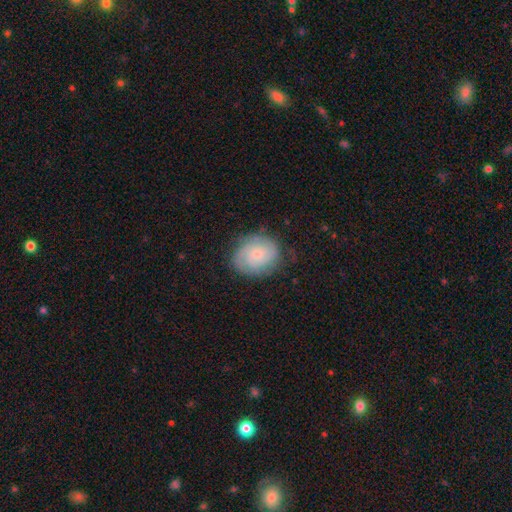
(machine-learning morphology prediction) This is likely a featured or disk galaxy (63%). It is clearly not viewed edge-on (98%). Bar: likely no (76%). Spiral arm pattern: clearly yes (92%). Spiral arm count: marginally can't tell (33%). Spiral winding: likely tight (65%). Central bulge: likely small (66%). Merging: likely none (76%).